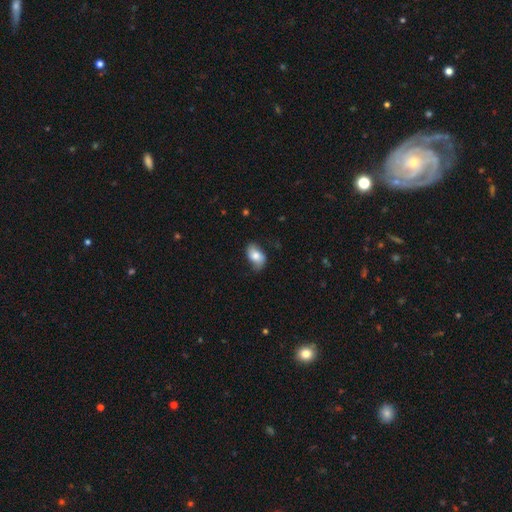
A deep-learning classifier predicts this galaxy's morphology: A smooth galaxy with no disk features (71%) that is in between round and cigar-shaped (90%). Merging: none (65%).